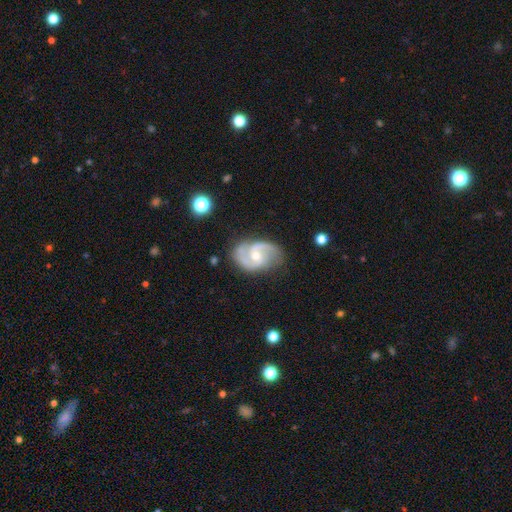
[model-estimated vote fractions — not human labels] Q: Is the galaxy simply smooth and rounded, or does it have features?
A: featured or disk — 88%.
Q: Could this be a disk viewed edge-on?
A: no — 97%.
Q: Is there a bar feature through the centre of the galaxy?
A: no — 53%.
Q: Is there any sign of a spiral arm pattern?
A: yes — 97%.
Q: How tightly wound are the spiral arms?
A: medium — 57%.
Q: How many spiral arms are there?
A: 2 — 89%.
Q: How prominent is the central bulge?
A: moderate — 52%.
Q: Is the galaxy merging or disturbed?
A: none — 74%.